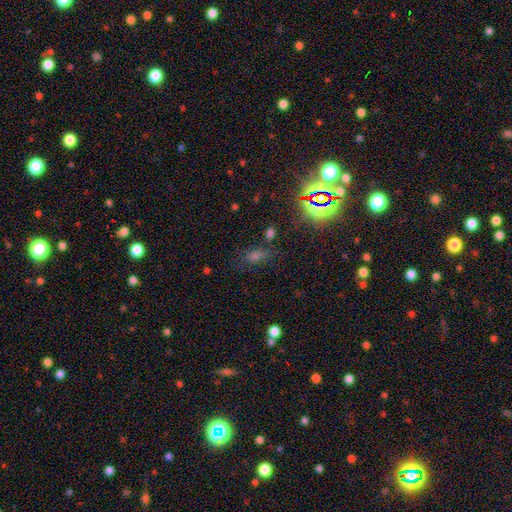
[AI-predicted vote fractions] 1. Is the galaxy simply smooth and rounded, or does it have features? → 48% star or artifact, 40% smooth, 12% featured or disk.